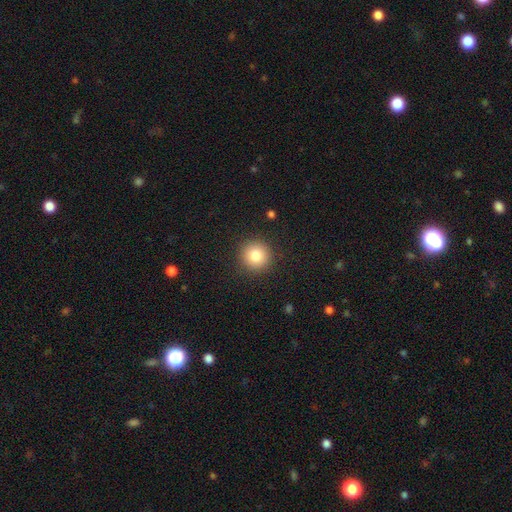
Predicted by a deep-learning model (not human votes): Smooth or featured? smooth (82%)
How rounded? round (95%)
Merging? none (91%)